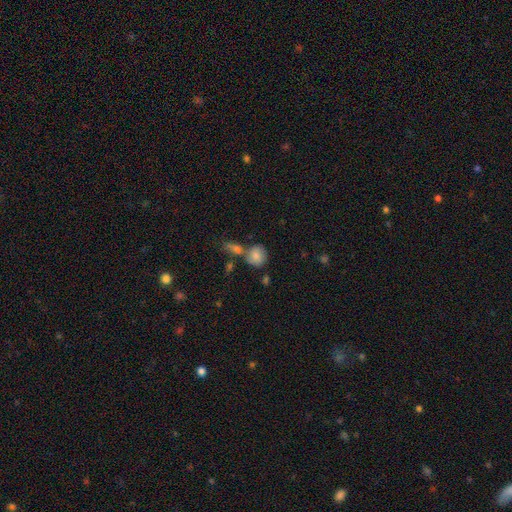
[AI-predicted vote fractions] Morphology: type=smooth (81%); roundness=round (77%); merging=none (53%).